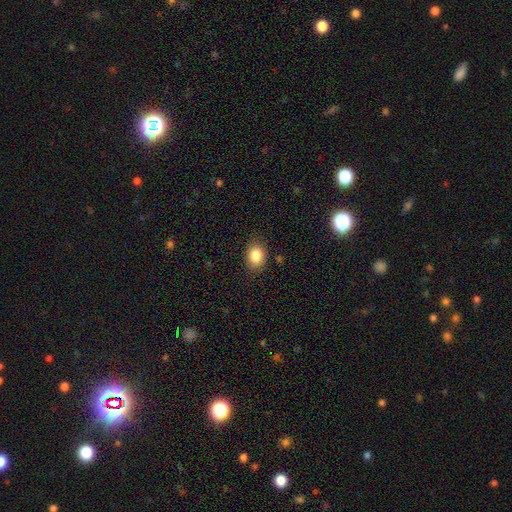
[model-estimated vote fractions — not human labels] smooth 84%, star or artifact 9%, featured or disk 7%. Down the decision tree: how rounded — in between (69%); merging — none (83%).